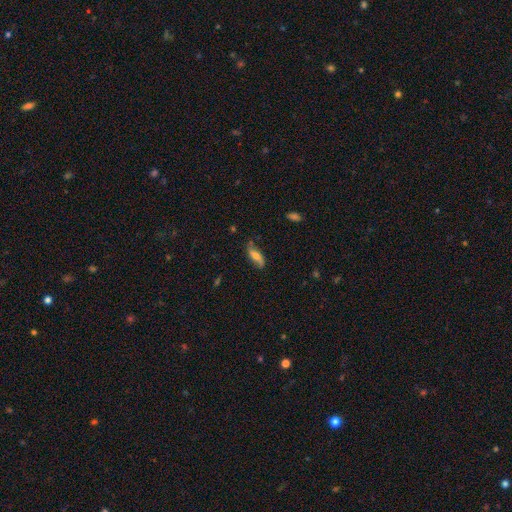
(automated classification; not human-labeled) Smooth or featured? Predicted: featured or disk (p=0.51). Edge-on disk? Predicted: no (p=0.78). Merging? Predicted: none (p=0.71).